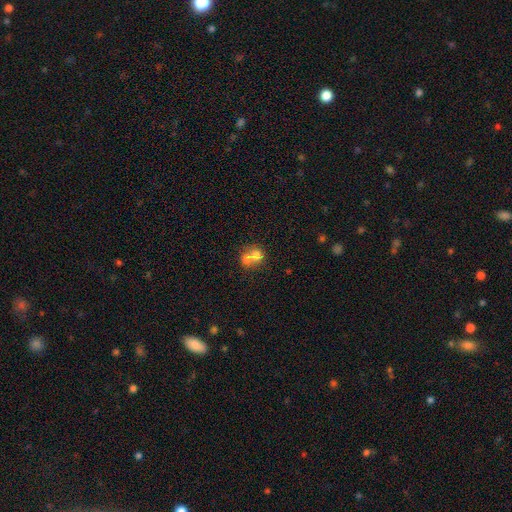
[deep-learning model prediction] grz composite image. It shows a smooth galaxy with no disk features (71%) that is round (73%). Merging: merger (66%).